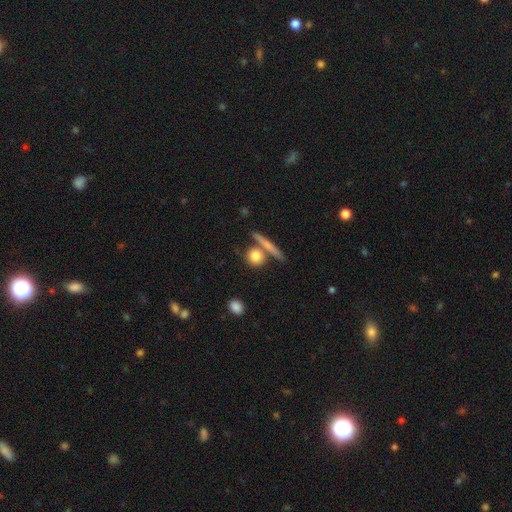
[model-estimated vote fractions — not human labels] The model was most divided on "merging": none: 64%, merger: 22%, minor disturbance: 10%, major disturbance: 4%. More confident: smooth or featured — smooth (78%); how rounded — round (70%).